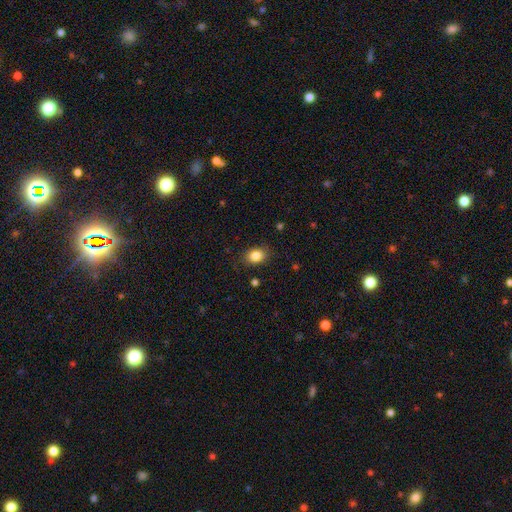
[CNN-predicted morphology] smooth-or-featured: smooth: 84% | star or artifact: 9% | featured or disk: 6%
  how-rounded: in between: 66% | round: 33% | cigar-shaped: 1%
  merging: none: 83% | minor disturbance: 12% | major disturbance: 3% | merger: 1%